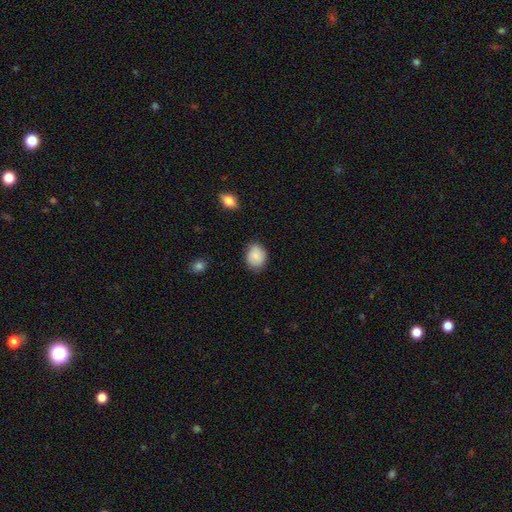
smooth_or_featured: smooth (p=0.82) [alt: featured or disk p=0.10]
how_rounded: round (p=0.50) [tied with: in between p=0.50]
merging: none (p=0.81) [alt: minor disturbance p=0.17]